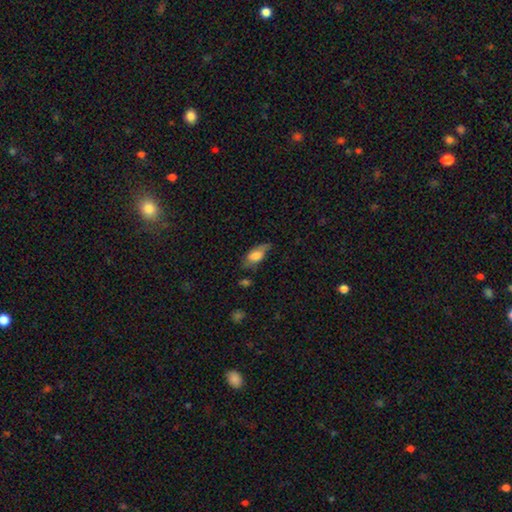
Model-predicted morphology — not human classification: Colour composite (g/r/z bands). It shows a smooth galaxy with no disk features (70%) that is in between round and cigar-shaped (85%). Merging: none (52%).